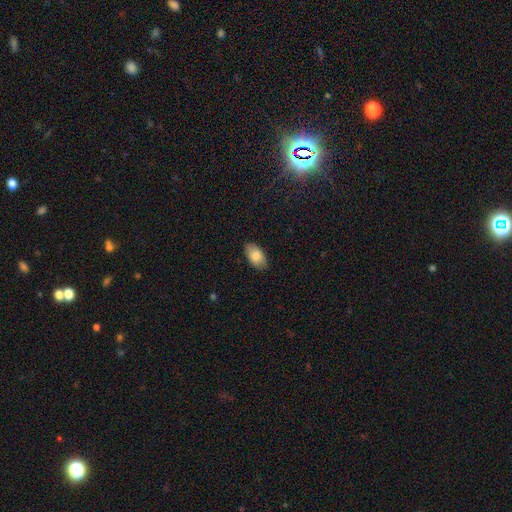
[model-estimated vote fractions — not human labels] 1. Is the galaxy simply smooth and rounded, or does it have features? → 82% smooth, 12% featured or disk, 7% star or artifact.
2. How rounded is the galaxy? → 94% in between, 4% round, 2% cigar-shaped.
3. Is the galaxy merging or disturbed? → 87% none, 10% minor disturbance, 2% major disturbance, 1% merger.